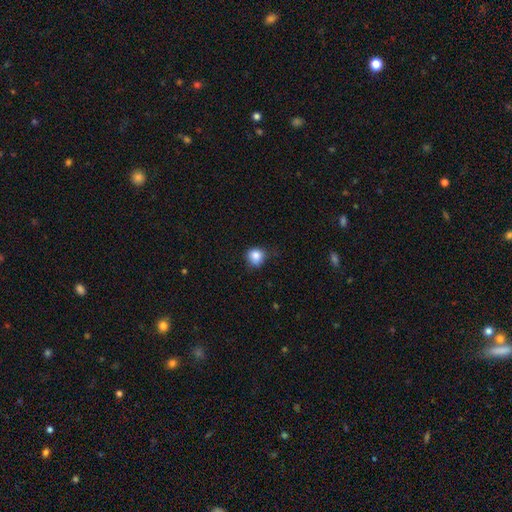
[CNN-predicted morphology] type=smooth (85%); roundness=round (86%); merging=none (70%).